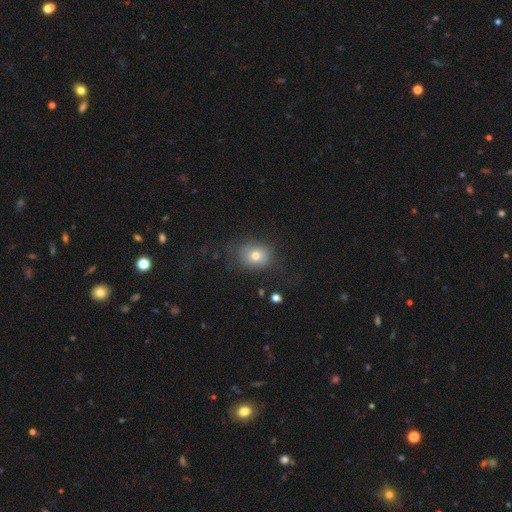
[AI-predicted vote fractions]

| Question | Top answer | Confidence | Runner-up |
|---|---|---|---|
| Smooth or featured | smooth | 76% | featured or disk (13%) |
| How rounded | round | 59% | in between (40%) |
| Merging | none | 71% | minor disturbance (18%) |